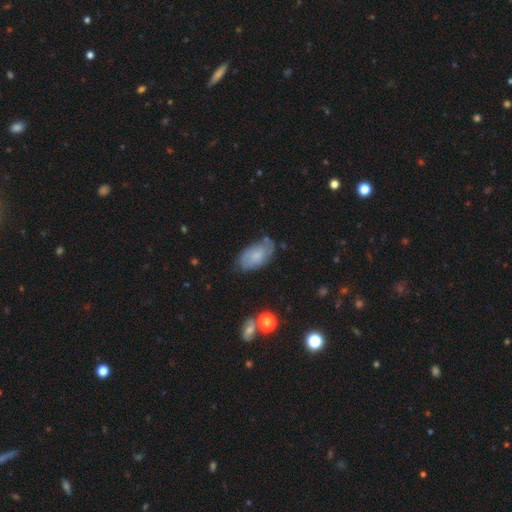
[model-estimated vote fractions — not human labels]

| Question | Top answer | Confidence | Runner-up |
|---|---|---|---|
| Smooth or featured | smooth | 57% | featured or disk (36%) |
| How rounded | in between | 93% | round (4%) |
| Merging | none | 66% | minor disturbance (25%) |